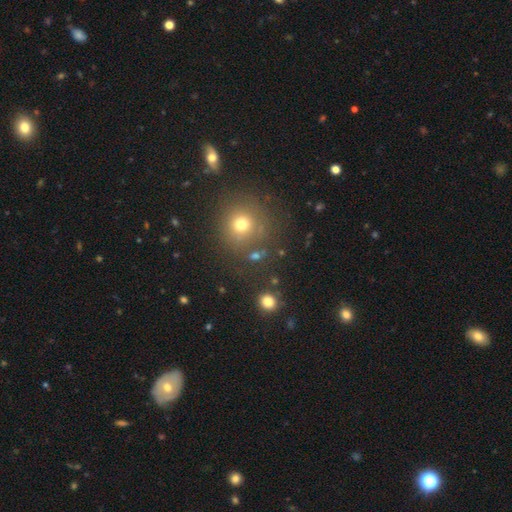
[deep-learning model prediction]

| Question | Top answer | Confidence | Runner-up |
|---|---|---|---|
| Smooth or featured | smooth | 65% | star or artifact (26%) |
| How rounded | round | 88% | in between (11%) |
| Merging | none | 79% | minor disturbance (9%) |